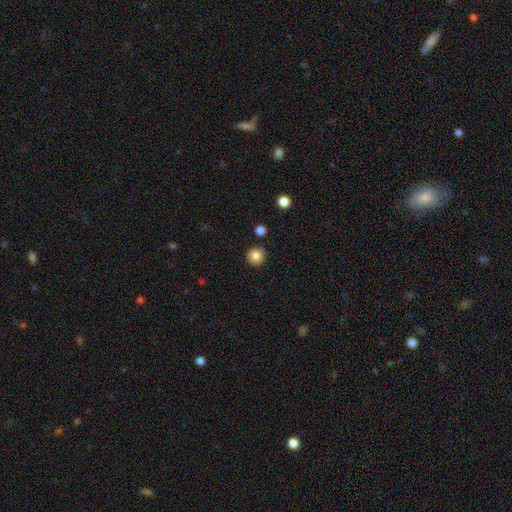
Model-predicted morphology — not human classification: type=smooth (84%); roundness=round (94%); merging=none (88%).